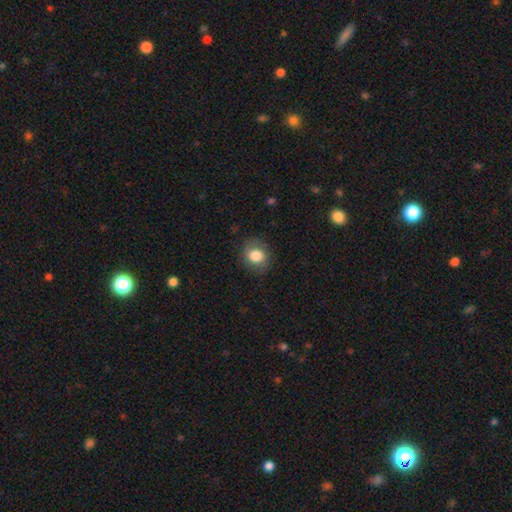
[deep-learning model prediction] smooth-or-featured: smooth: 82% | featured or disk: 10% | star or artifact: 9%
  how-rounded: round: 68% | in between: 31% | cigar-shaped: 1%
  merging: none: 82% | minor disturbance: 13% | major disturbance: 4% | merger: 1%